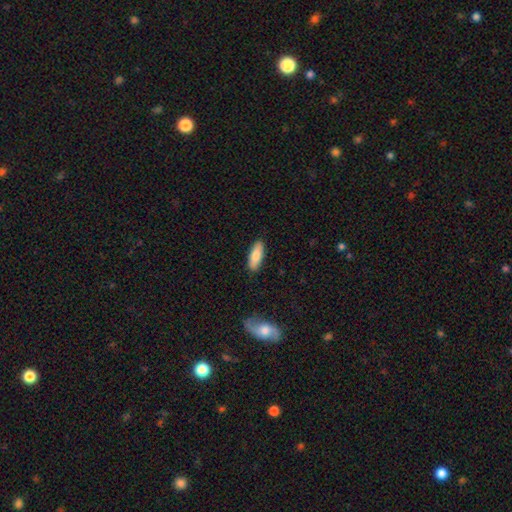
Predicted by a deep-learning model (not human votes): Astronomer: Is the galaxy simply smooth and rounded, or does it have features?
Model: smooth — 82%.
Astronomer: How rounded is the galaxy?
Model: in between — 67%.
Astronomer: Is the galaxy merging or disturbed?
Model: none — 87%.